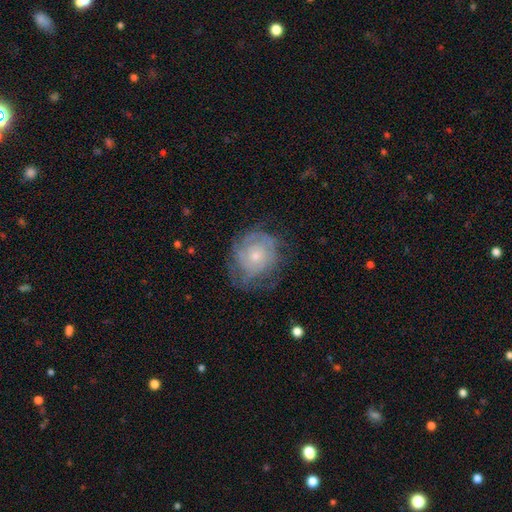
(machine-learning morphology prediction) This appears to be a featured or disk galaxy (68%) with no bar (84%), tight (70%) spiral arms (82%) and a small central bulge (68%). Merging: none (64%).